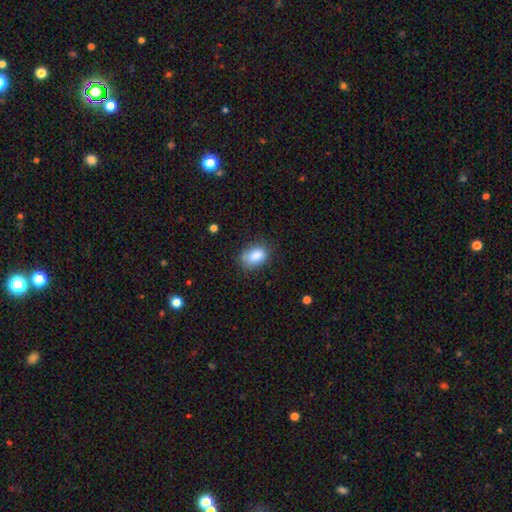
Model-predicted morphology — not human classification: A smooth galaxy with no disk features (85%) that is in between round and cigar-shaped (80%).

Vote fractions:
- Smooth or featured? smooth: 85% / star or artifact: 8% / featured or disk: 7%
- How rounded? in between: 80% / round: 18% / cigar-shaped: 1%
- Merging? none: 70% / minor disturbance: 22% / major disturbance: 6% / merger: 2%